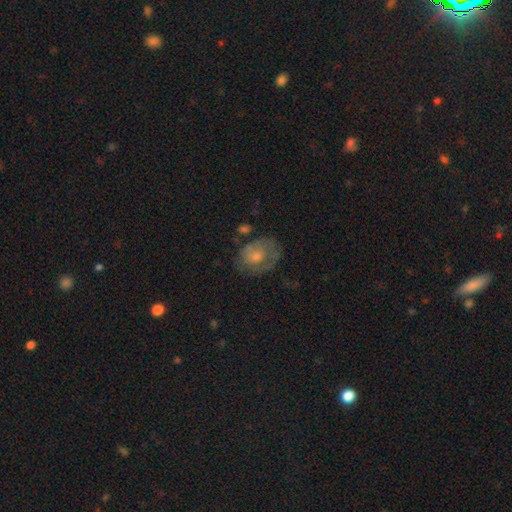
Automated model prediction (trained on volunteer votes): Q: Smooth or featured?
A: featured or disk (50%); runner-up: smooth (40%)
Q: Edge-on disk?
A: no (96%); runner-up: yes (4%)
Q: Merging?
A: none (61%); runner-up: minor disturbance (22%)